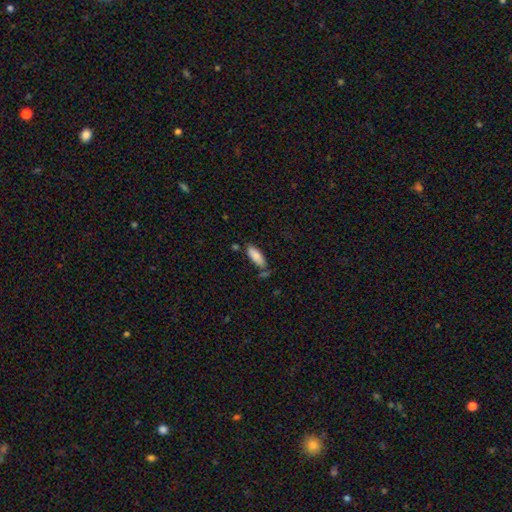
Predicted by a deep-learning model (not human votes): Smooth or featured? Predicted: smooth (p=0.83). How rounded? Predicted: in between (p=0.68). Merging? Predicted: none (p=0.66).